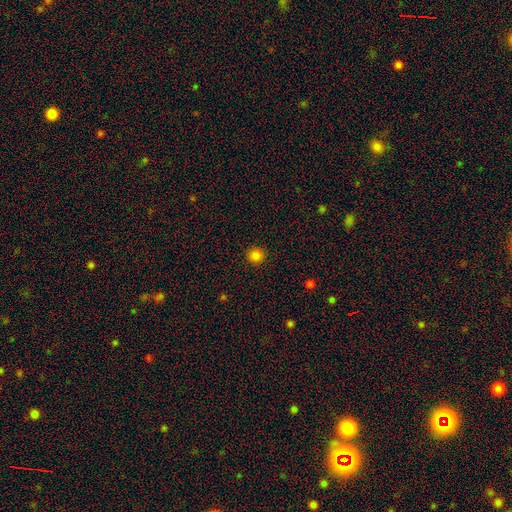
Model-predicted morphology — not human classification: Q: Smooth or featured?
A: smooth (84%); runner-up: star or artifact (13%)
Q: How rounded?
A: round (92%); runner-up: in between (7%)
Q: Merging?
A: none (92%); runner-up: minor disturbance (5%)